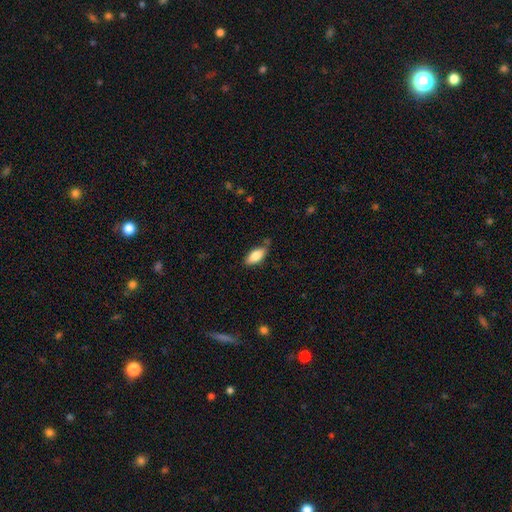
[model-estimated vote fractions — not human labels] Smooth or featured: smooth — 80% (featured or disk — 13%)
How rounded: in between — 84% (cigar-shaped — 13%)
Merging: none — 74% (minor disturbance — 19%)